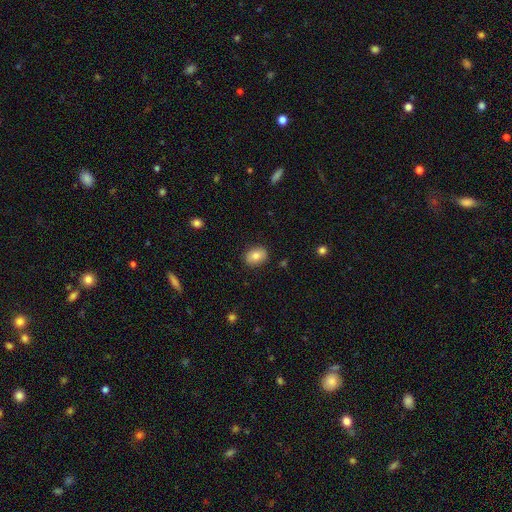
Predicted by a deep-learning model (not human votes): Smooth or featured: smooth — 82% (featured or disk — 10%)
How rounded: in between — 69% (round — 30%)
Merging: none — 88% (minor disturbance — 9%)